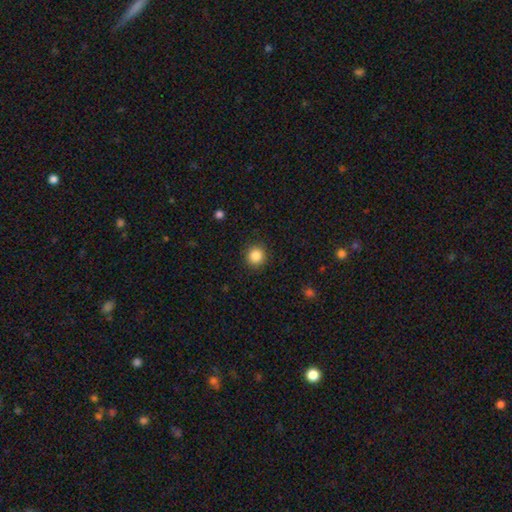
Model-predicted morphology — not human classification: smooth_or_featured: smooth (p=0.85) [alt: star or artifact p=0.10]
how_rounded: round (p=0.93) [alt: in between p=0.06]
merging: none (p=0.91) [alt: minor disturbance p=0.06]